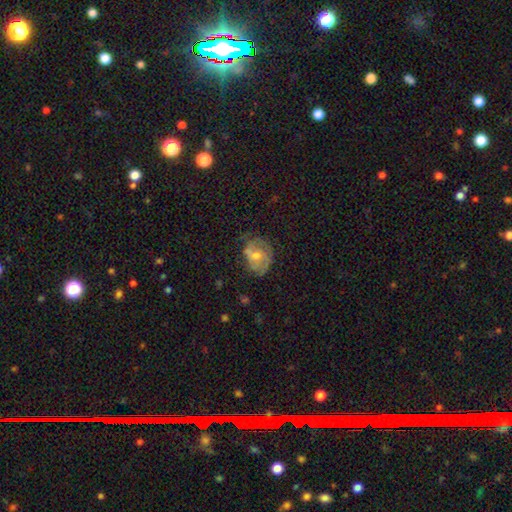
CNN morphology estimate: Smooth or featured?
  - featured or disk: 53% *
  - smooth: 36%
  - star or artifact: 11%
Edge-on disk?
  - no: 96% *
  - yes: 4%
Bar?
  - no: 64% *
  - weak: 29%
  - strong: 6%
Spiral arms?
  - yes: 66% *
  - no: 34%
Bulge size?
  - moderate: 57% *
  - small: 36%
  - large: 3%
  - none: 3%
  - dominant: 1%
Merging?
  - none: 59% *
  - minor disturbance: 26%
  - major disturbance: 12%
  - merger: 3%